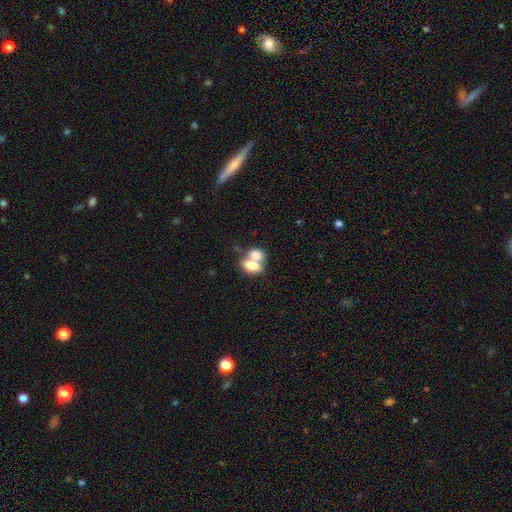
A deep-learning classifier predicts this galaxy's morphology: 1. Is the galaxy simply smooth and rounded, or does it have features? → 73% smooth, 19% featured or disk, 8% star or artifact.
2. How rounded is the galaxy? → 80% in between, 17% round, 3% cigar-shaped.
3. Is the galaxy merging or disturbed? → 66% merger, 23% none, 7% minor disturbance, 4% major disturbance.